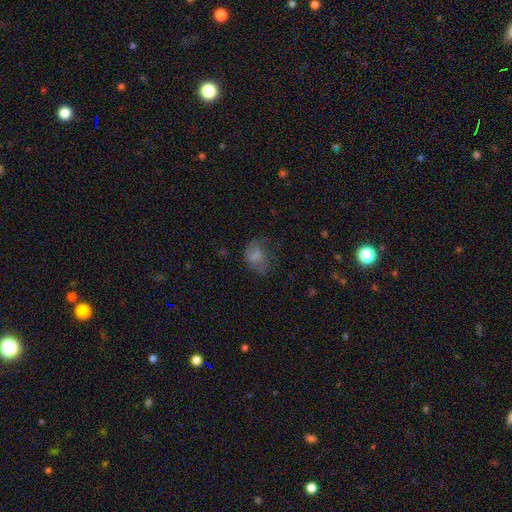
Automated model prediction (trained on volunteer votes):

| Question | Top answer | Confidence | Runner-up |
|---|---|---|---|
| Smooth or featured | smooth | 65% | featured or disk (23%) |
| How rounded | in between | 68% | round (31%) |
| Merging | none | 35% | major disturbance (33%) |